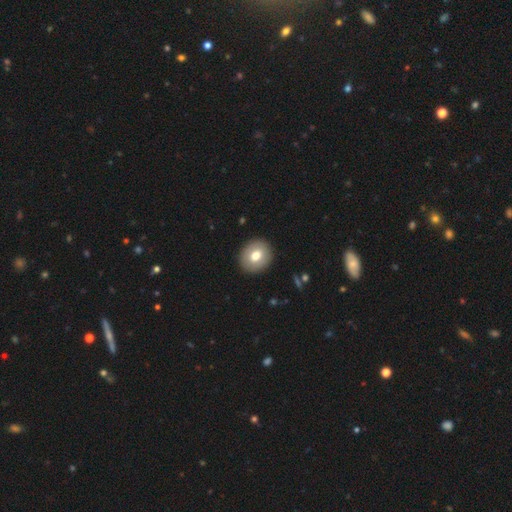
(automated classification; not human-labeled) This is likely a smooth galaxy (73%). How rounded: likely round (74%). Merging: clearly none (91%).